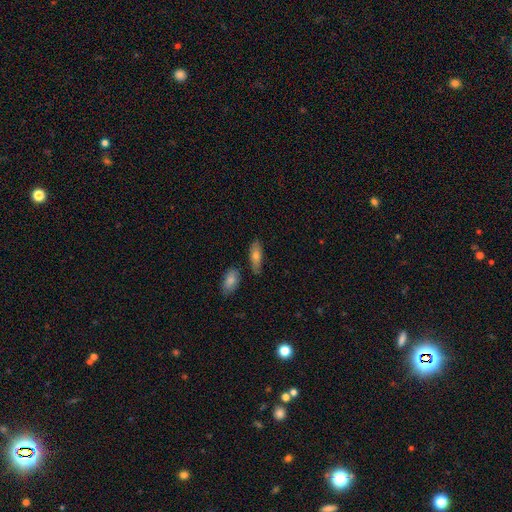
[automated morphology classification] This appears to be a smooth galaxy with no disk features (71%) that is in between round and cigar-shaped (68%). Merging: none (74%).